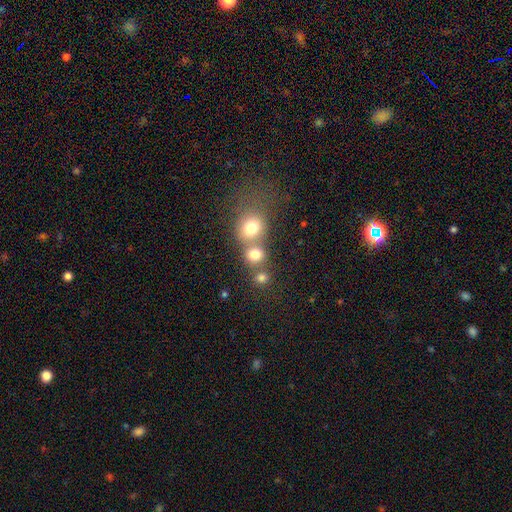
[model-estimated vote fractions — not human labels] A smooth galaxy with no disk features (71%) that is round (72%). Merging: merger (53%).